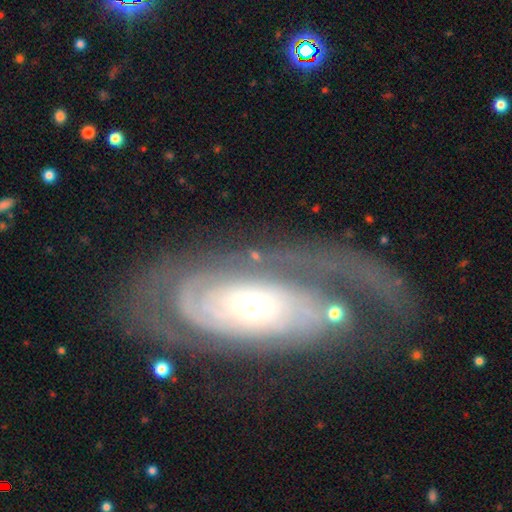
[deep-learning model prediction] Smooth or featured? Predicted: featured or disk (p=0.84). Edge-on disk? Predicted: no (p=0.93). Bar? Predicted: no (p=0.74). Spiral arms? Predicted: yes (p=0.92). Spiral winding? Predicted: tight (p=0.65). Spiral arm count? Predicted: 2 (p=0.36). Bulge size? Predicted: moderate (p=0.46). Merging? Predicted: none (p=0.51).